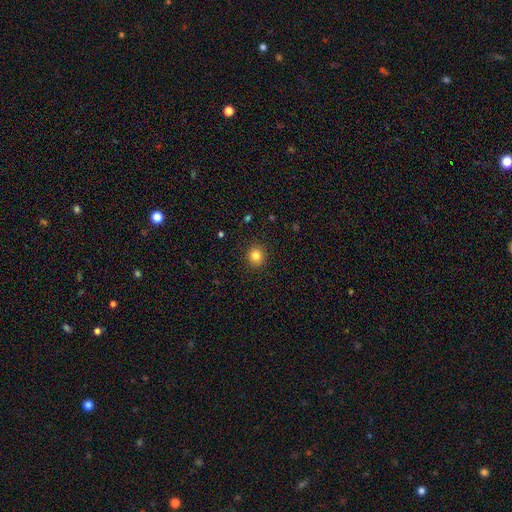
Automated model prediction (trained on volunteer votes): smooth_or_featured: smooth (p=0.82) [alt: star or artifact p=0.12]
how_rounded: round (p=0.89) [alt: in between p=0.10]
merging: none (p=0.92) [alt: minor disturbance p=0.05]